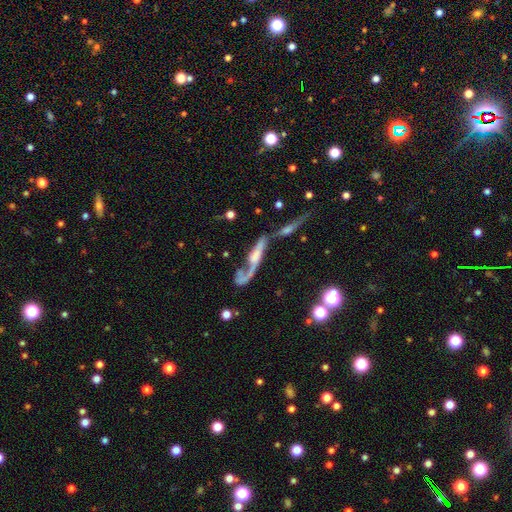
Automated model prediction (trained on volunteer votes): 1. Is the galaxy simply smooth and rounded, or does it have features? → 68% featured or disk, 23% smooth, 9% star or artifact.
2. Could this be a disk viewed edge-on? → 64% no, 36% yes.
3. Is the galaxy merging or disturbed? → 51% merger, 22% major disturbance, 18% none, 10% minor disturbance.